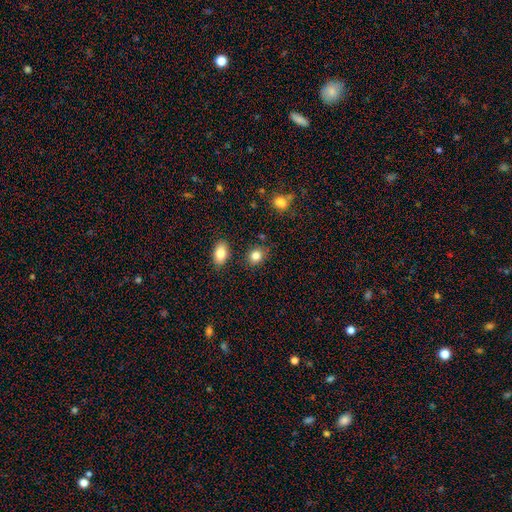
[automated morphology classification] smooth 85%, star or artifact 9%, featured or disk 6%. Down the decision tree: how rounded — round (55%); merging — none (81%).